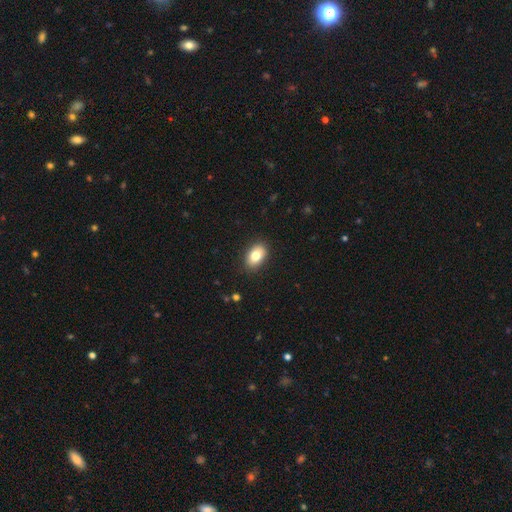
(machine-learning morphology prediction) smooth-or-featured: smooth: 82% | featured or disk: 11% | star or artifact: 8%
  how-rounded: in between: 87% | round: 11% | cigar-shaped: 1%
  merging: none: 88% | minor disturbance: 9% | major disturbance: 2% | merger: 1%